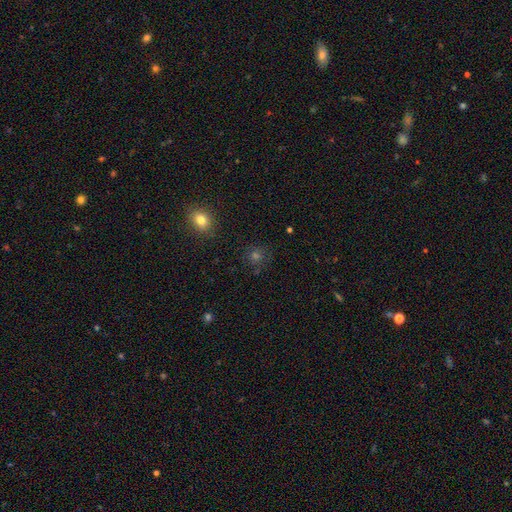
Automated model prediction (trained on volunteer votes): This is possibly a smooth galaxy (57%). How rounded: clearly round (89%). Merging: clearly none (85%).